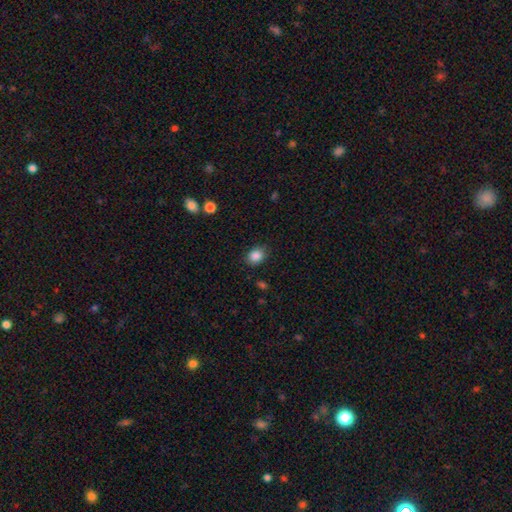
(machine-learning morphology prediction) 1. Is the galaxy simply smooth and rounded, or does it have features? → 87% smooth, 9% star or artifact, 4% featured or disk.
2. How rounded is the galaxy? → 53% in between, 46% round, 1% cigar-shaped.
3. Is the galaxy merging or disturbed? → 84% none, 12% minor disturbance, 3% major disturbance, 1% merger.